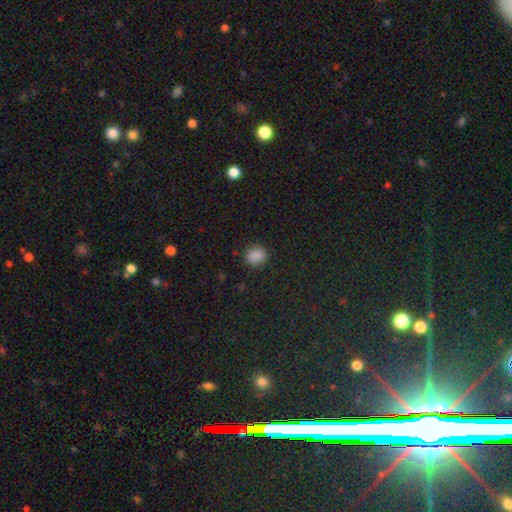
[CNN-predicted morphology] smooth_or_featured: smooth (p=0.84) [alt: star or artifact p=0.12]
how_rounded: round (p=0.68) [alt: in between p=0.31]
merging: none (p=0.84) [alt: minor disturbance p=0.12]